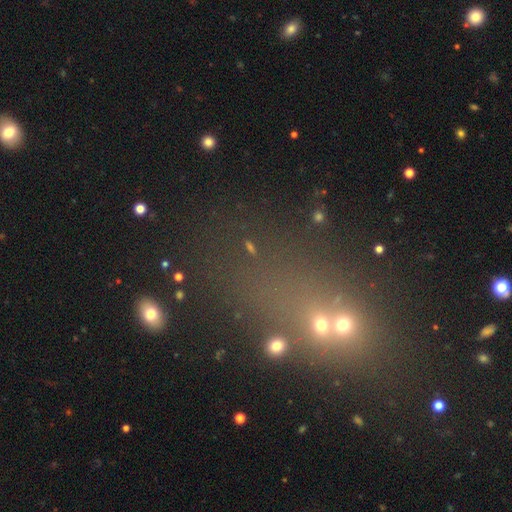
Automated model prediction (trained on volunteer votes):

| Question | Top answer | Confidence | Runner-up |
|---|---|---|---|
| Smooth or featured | star or artifact | 58% | smooth (27%) |